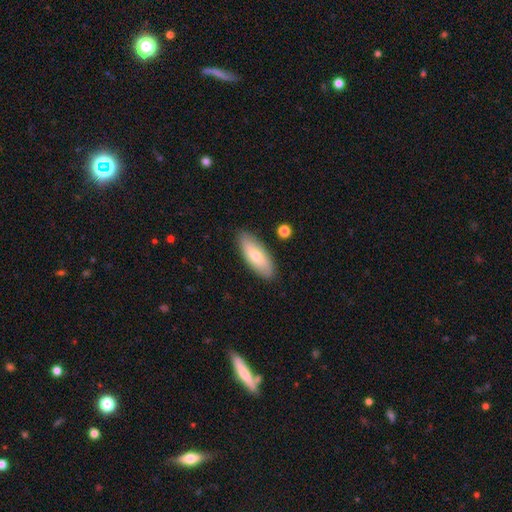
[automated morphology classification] Smooth or featured? smooth (69%)
How rounded? in between (73%)
Merging? none (86%)